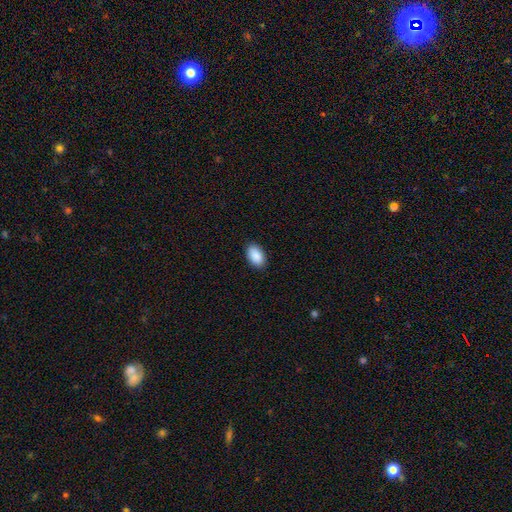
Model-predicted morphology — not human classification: Smooth or featured: smooth — 90% (star or artifact — 6%)
How rounded: in between — 94% (round — 4%)
Merging: none — 90% (minor disturbance — 7%)